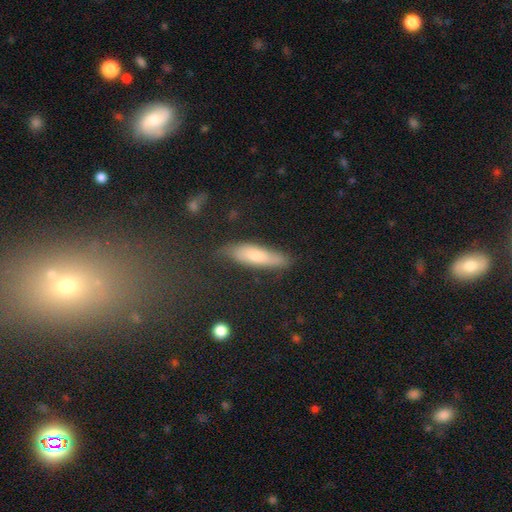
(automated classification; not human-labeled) Smooth or featured?
  - smooth: 68% *
  - featured or disk: 25%
  - star or artifact: 7%
How rounded?
  - cigar-shaped: 65% *
  - in between: 33%
  - round: 2%
Merging?
  - none: 73% *
  - minor disturbance: 19%
  - major disturbance: 5%
  - merger: 2%